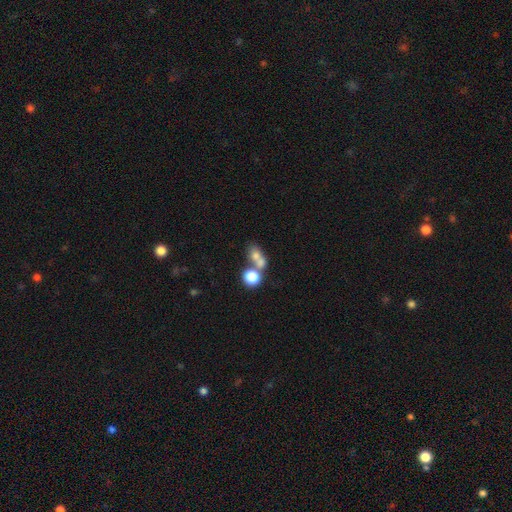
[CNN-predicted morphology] type=smooth (69%); roundness=round (55%); merging=merger (57%).